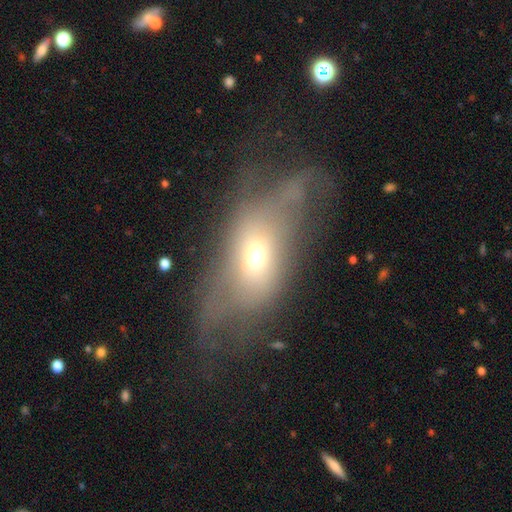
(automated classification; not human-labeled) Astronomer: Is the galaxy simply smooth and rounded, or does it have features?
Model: featured or disk — 44% (runner-up: smooth, 43%).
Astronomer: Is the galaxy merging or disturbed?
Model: major disturbance — 44% (runner-up: none, 29%).